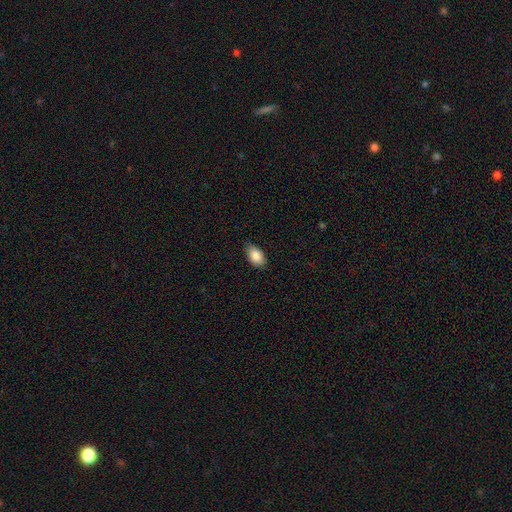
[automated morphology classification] A smooth galaxy with no disk features (88%) that is in between round and cigar-shaped (92%). Merging: none (83%).